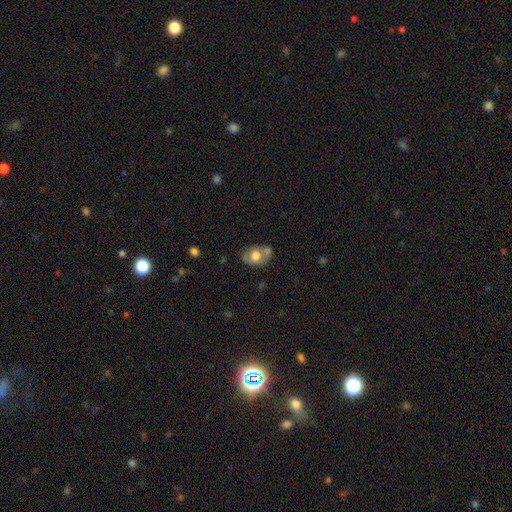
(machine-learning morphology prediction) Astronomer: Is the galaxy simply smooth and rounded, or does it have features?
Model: smooth — 56% (runner-up: featured or disk, 36%).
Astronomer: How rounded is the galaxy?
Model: in between — 60% (runner-up: round, 38%).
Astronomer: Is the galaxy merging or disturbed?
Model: none — 45% (runner-up: merger, 29%).